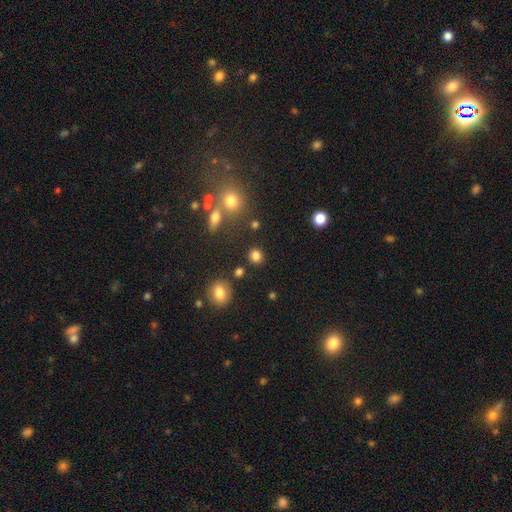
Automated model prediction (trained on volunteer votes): This appears to be a smooth galaxy with no disk features (82%) that is round (85%). Merging: none (84%).